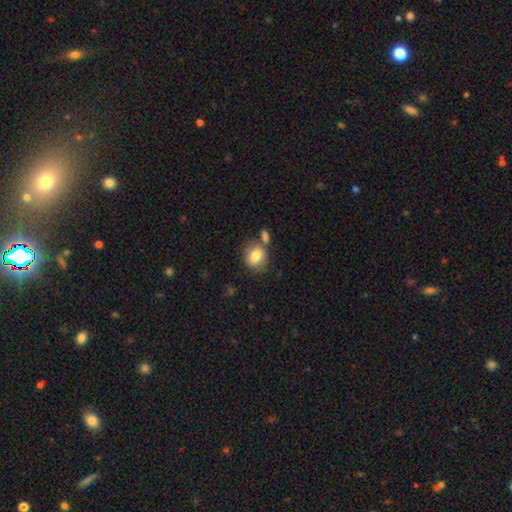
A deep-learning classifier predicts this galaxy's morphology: Smooth or featured: smooth — 80% (featured or disk — 11%)
How rounded: round — 62% (in between — 37%)
Merging: none — 62% (merger — 21%)